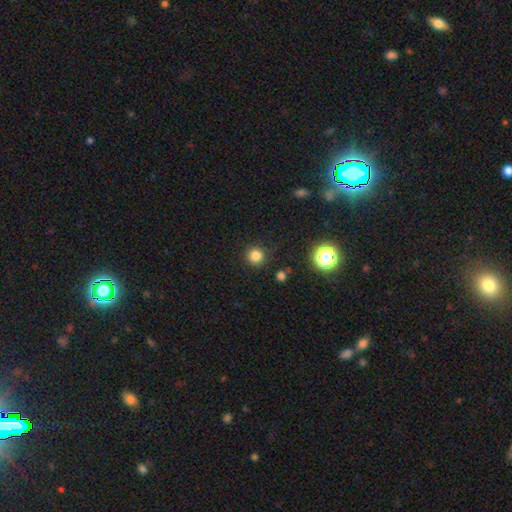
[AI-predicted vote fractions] The model was most divided on "smooth or featured": smooth: 81%, star or artifact: 14%, featured or disk: 4%. More confident: how rounded — round (95%); merging — none (91%).